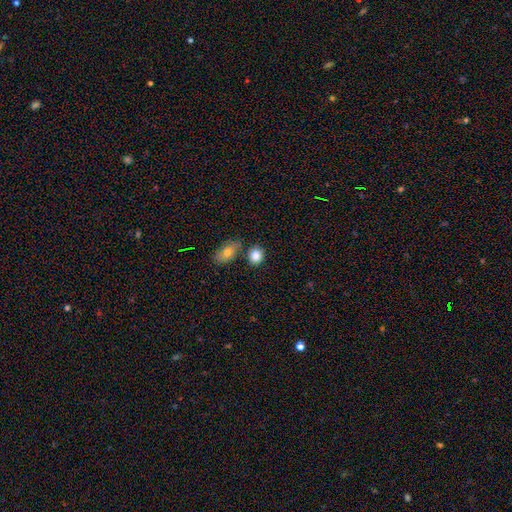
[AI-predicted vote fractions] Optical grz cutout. It shows a smooth galaxy with no disk features (84%) that is round (60%). Merging: none (71%).